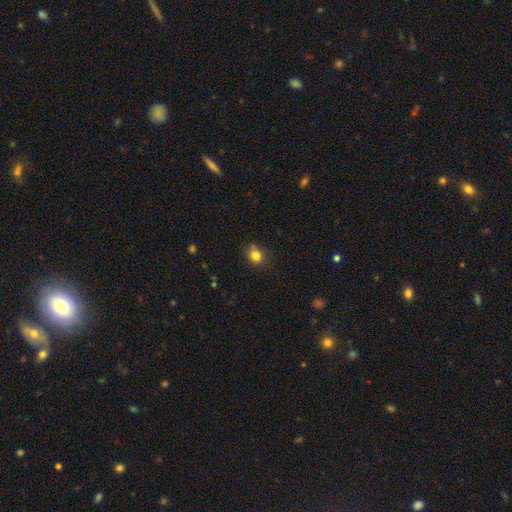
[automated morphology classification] Q: Smooth or featured?
A: smooth (82%); runner-up: star or artifact (12%)
Q: How rounded?
A: round (68%); runner-up: in between (31%)
Q: Merging?
A: none (76%); runner-up: minor disturbance (16%)